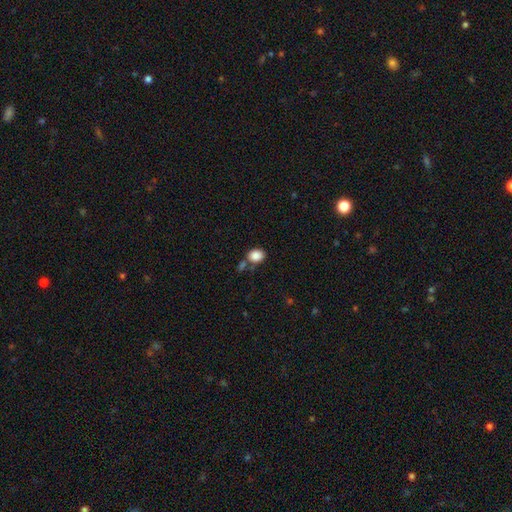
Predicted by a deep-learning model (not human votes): smooth 87%, star or artifact 9%, featured or disk 4%. Down the decision tree: how rounded — in between (57%); merging — none (62%).